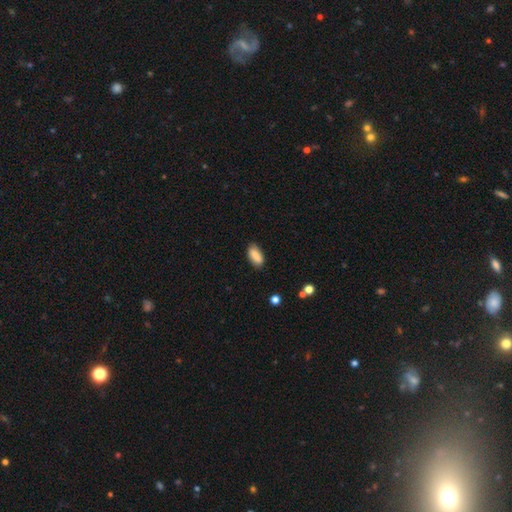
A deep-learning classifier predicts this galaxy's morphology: Overall: smooth (84%). How rounded: in between (86%). Merging: none (85%).